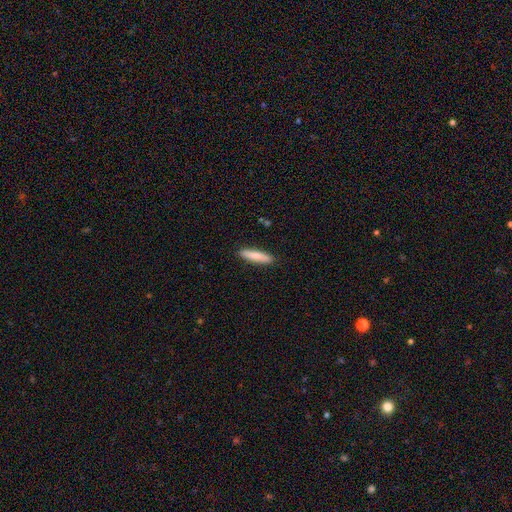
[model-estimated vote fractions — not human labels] smooth 80%, featured or disk 14%, star or artifact 5%. Down the decision tree: how rounded — cigar-shaped (80%); merging — none (89%).